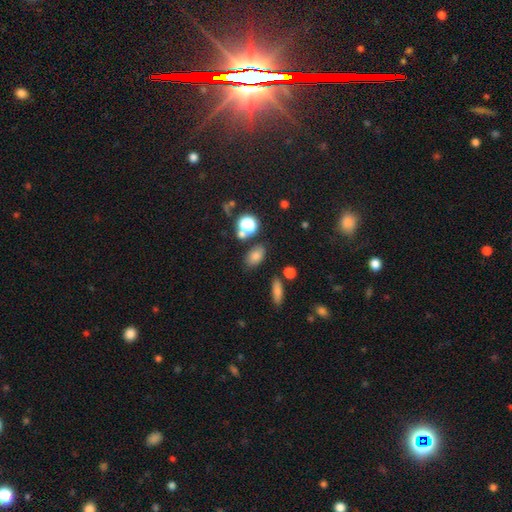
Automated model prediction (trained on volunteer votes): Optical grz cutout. It shows a smooth galaxy with no disk features (77%) that is in between round and cigar-shaped (82%). Merging: none (77%).